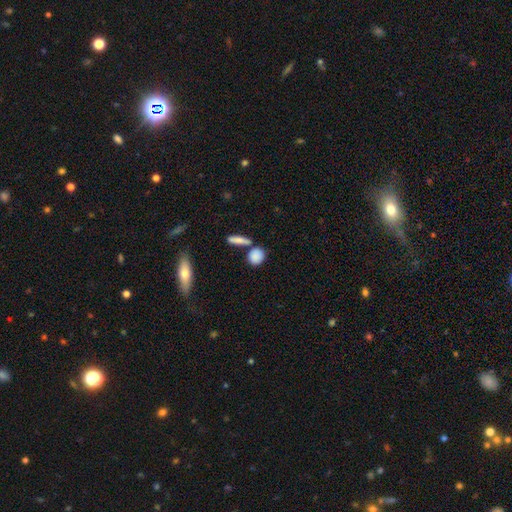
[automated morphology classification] A smooth galaxy with no disk features (86%) that is round (64%).

Vote fractions:
- Smooth or featured? smooth: 86% / star or artifact: 8% / featured or disk: 7%
- How rounded? round: 64% / in between: 30% / cigar-shaped: 6%
- Merging? none: 67% / merger: 17% / minor disturbance: 12% / major disturbance: 4%